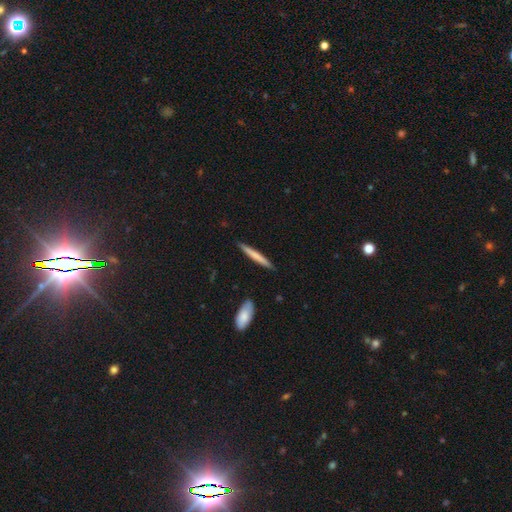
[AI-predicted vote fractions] The model was most divided on "smooth or featured": smooth: 66%, featured or disk: 30%, star or artifact: 5%. More confident: how rounded — cigar-shaped (96%); merging — none (90%).